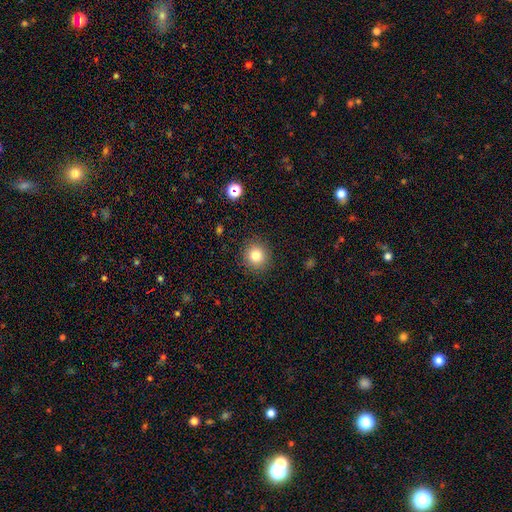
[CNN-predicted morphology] This is clearly a smooth galaxy (81%). How rounded: clearly round (90%). Merging: clearly none (89%).